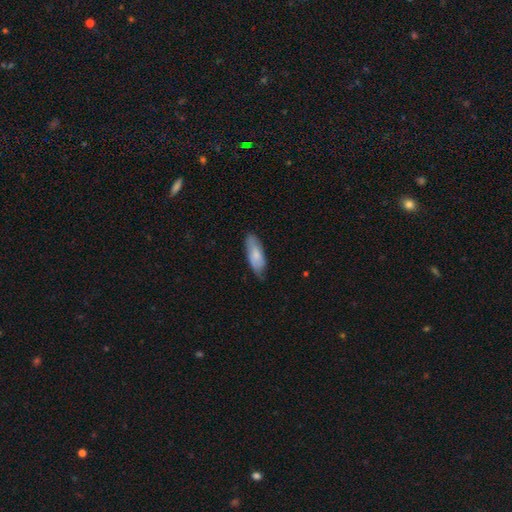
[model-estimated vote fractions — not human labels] This appears to be a smooth galaxy with no disk features (71%) that is in between round and cigar-shaped (72%). Merging: none (67%).